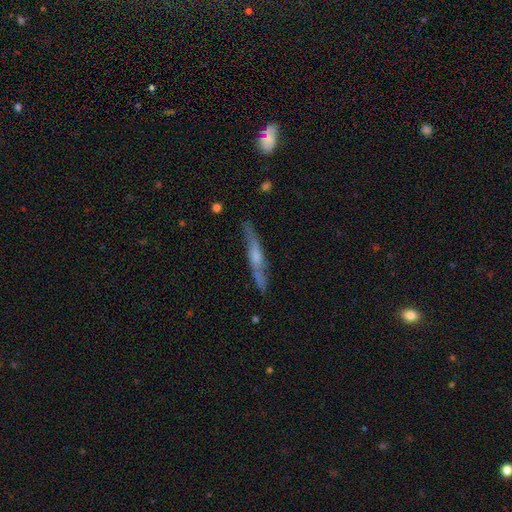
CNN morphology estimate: A featured or disk galaxy (66%) viewed edge-on (88%) with a rounded central bulge (67%).

Vote fractions:
- Smooth or featured? featured or disk: 66% / smooth: 28% / star or artifact: 6%
- Edge-on disk? yes: 88% / no: 12%
- Edge-on bulge? rounded: 67% / none: 20% / boxy: 13%
- Merging? none: 80% / minor disturbance: 15% / major disturbance: 3% / merger: 2%